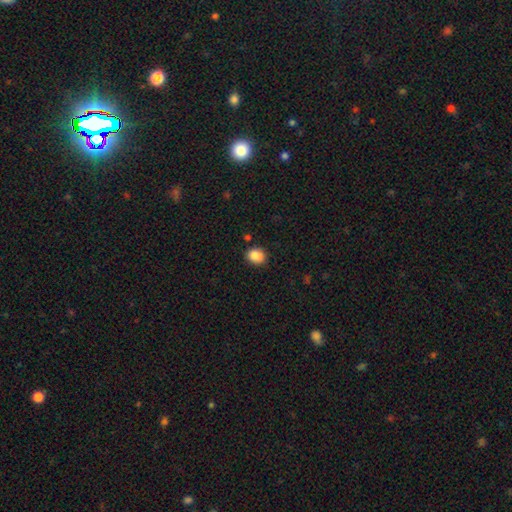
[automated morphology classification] Smooth or featured? smooth (86%)
How rounded? round (59%)
Merging? none (79%)